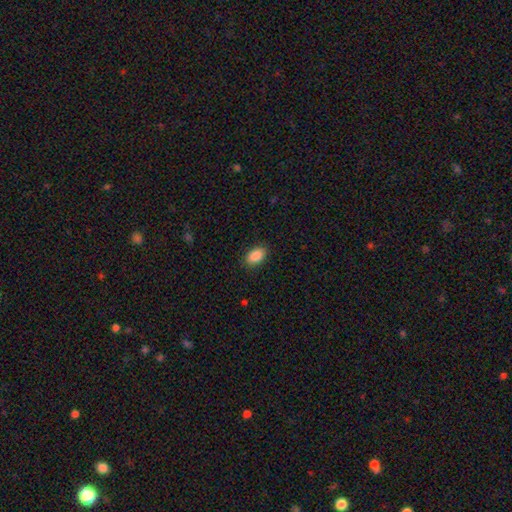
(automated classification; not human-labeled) Smooth or featured: smooth — 89% (star or artifact — 7%)
How rounded: in between — 92% (round — 6%)
Merging: none — 89% (minor disturbance — 8%)